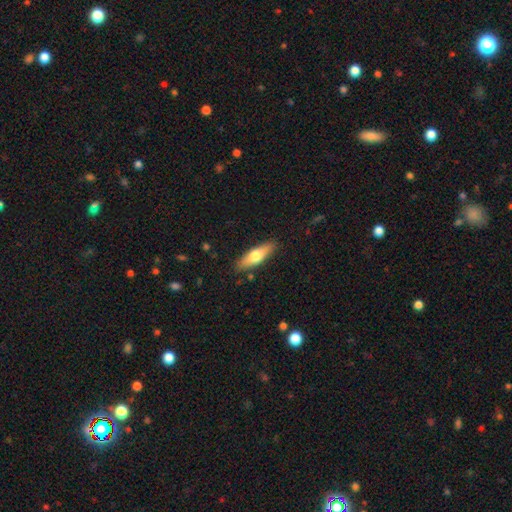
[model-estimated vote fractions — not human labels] Smooth or featured?
  - smooth: 63% *
  - featured or disk: 32%
  - star or artifact: 5%
How rounded?
  - cigar-shaped: 49% * (tied)
  - in between: 49% * (tied)
  - round: 2%
Merging?
  - none: 86% *
  - minor disturbance: 10%
  - major disturbance: 2%
  - merger: 1%